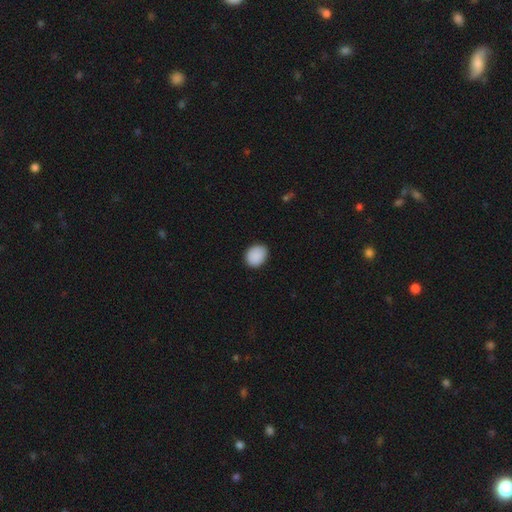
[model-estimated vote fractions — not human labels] Smooth or featured? Predicted: smooth (p=0.90). How rounded? Predicted: in between (p=0.53). Merging? Predicted: none (p=0.85).